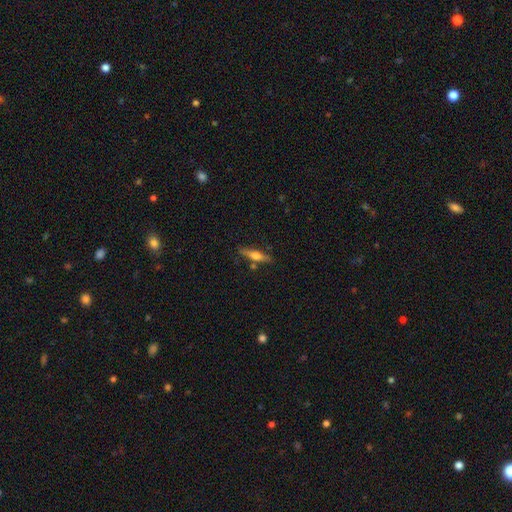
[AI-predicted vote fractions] Overall: featured or disk (55%; smooth 39%). Edge-on disk: yes (94%). Edge-on bulge: rounded (90%). Merging: none (80%).